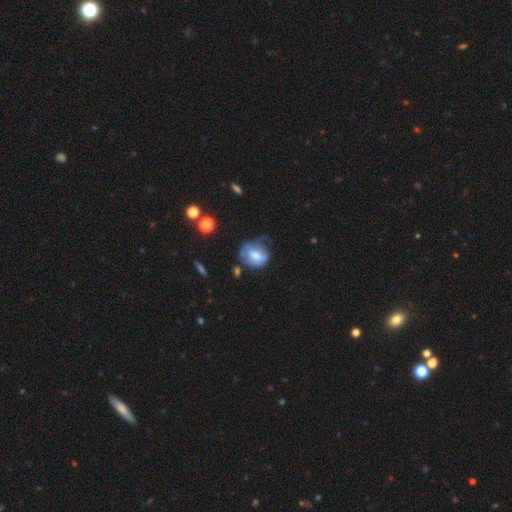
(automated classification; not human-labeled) smooth-or-featured: smooth: 54% | featured or disk: 38% | star or artifact: 8%
  how-rounded: round: 52% | in between: 47% | cigar-shaped: 1%
  merging: none: 38% | minor disturbance: 34% | major disturbance: 24% | merger: 4%